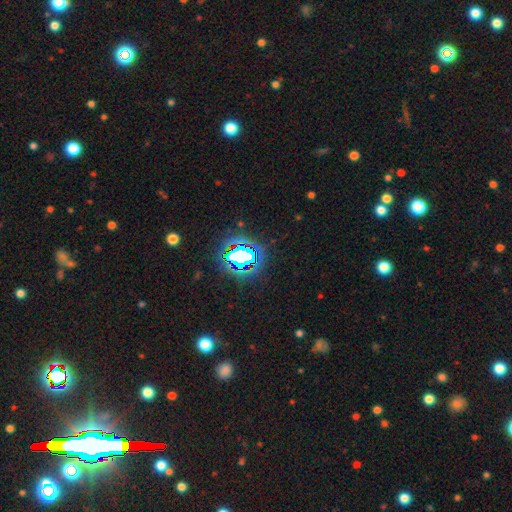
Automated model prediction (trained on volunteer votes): A star or artifact, not a galaxy (77%).